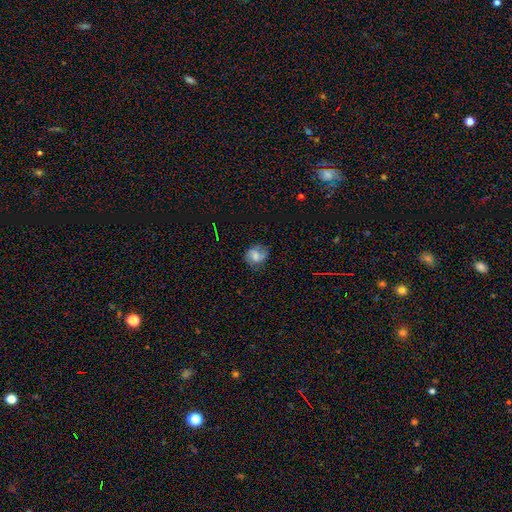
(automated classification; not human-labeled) This appears to be a smooth galaxy with no disk features (54%) that is round (68%). Merging: none (63%).